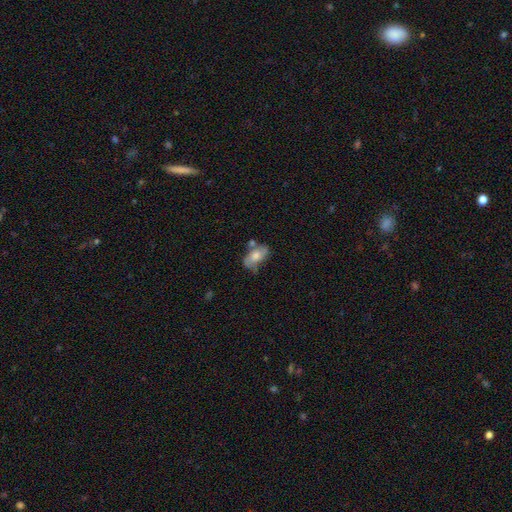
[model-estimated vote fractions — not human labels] Smooth or featured: smooth — 52% (featured or disk — 40%)
How rounded: in between — 90% (round — 7%)
Merging: none — 42% (minor disturbance — 29%)